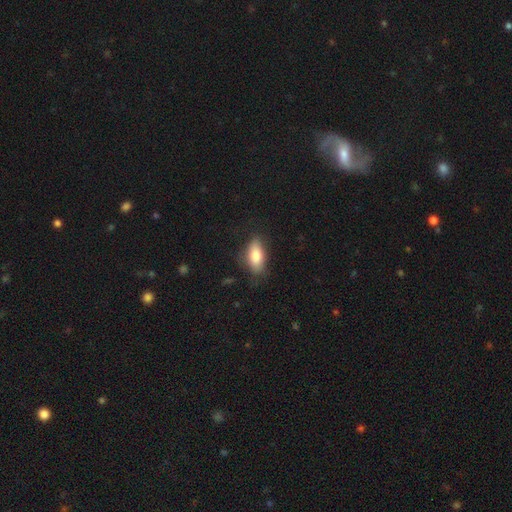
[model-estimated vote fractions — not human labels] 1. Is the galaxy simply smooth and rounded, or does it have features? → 80% smooth, 13% featured or disk, 7% star or artifact.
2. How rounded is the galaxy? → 85% in between, 11% cigar-shaped, 4% round.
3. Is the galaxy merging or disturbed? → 73% none, 20% minor disturbance, 6% major disturbance, 1% merger.